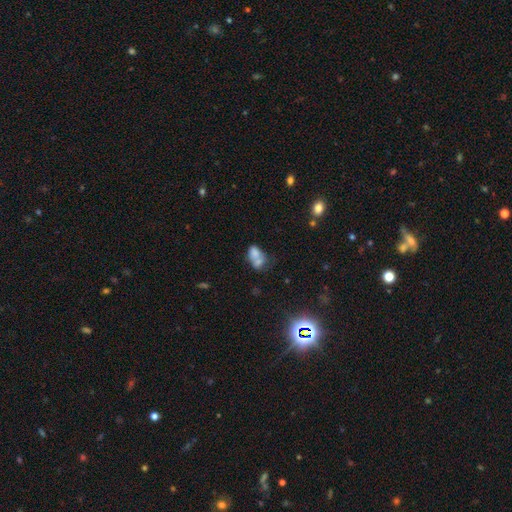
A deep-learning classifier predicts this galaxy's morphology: Smooth or featured? smooth (67%)
How rounded? in between (75%)
Merging? merger (59%)